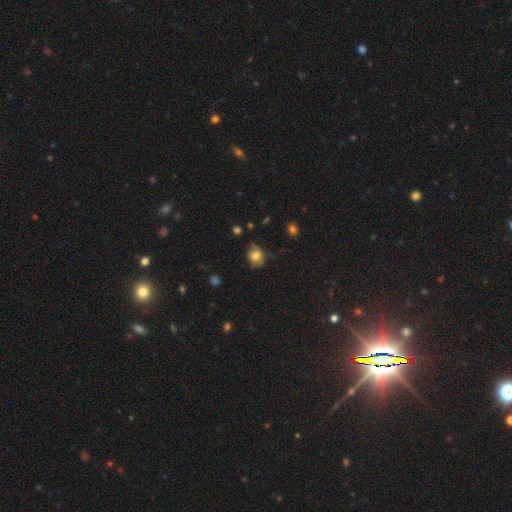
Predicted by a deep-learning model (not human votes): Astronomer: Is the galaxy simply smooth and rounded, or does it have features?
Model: smooth — 69%.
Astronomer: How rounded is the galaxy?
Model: round — 53% (runner-up: in between, 46%).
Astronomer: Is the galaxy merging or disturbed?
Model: none — 52% (runner-up: minor disturbance, 32%).